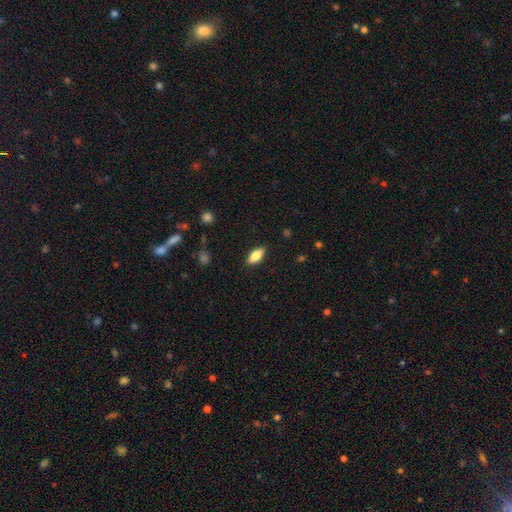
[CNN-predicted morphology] smooth-or-featured: smooth: 77% | featured or disk: 16% | star or artifact: 7%
  how-rounded: in between: 81% | cigar-shaped: 17% | round: 2%
  merging: none: 87% | minor disturbance: 9% | major disturbance: 2% | merger: 1%